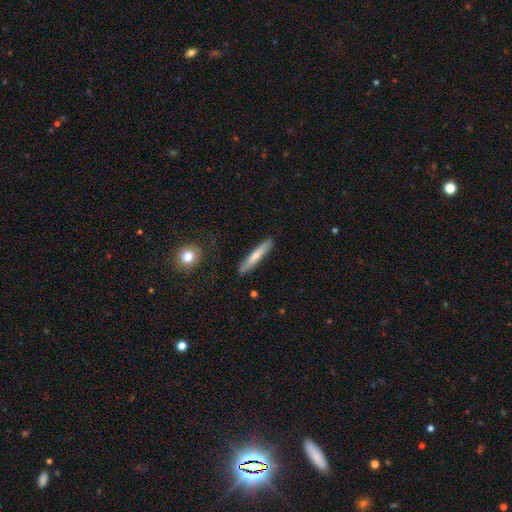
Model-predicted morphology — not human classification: Q: Smooth or featured?
A: smooth (65%); runner-up: featured or disk (29%)
Q: How rounded?
A: cigar-shaped (93%); runner-up: in between (6%)
Q: Merging?
A: none (88%); runner-up: minor disturbance (9%)